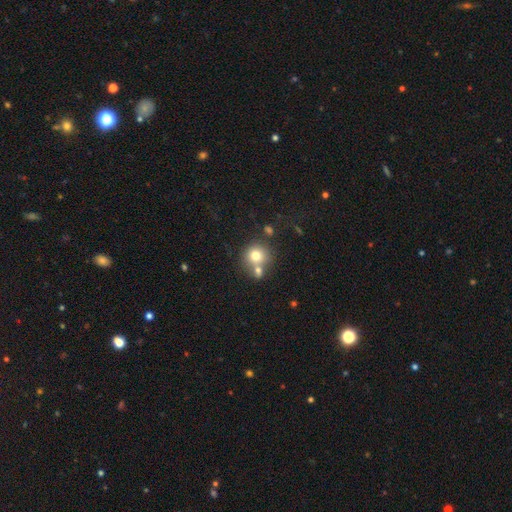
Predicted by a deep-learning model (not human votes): A smooth galaxy with no disk features (74%) that is round (87%).

Vote fractions:
- Smooth or featured? smooth: 74% / featured or disk: 14% / star or artifact: 12%
- How rounded? round: 87% / in between: 12% / cigar-shaped: 1%
- Merging? none: 53% / merger: 34% / minor disturbance: 9% / major disturbance: 4%